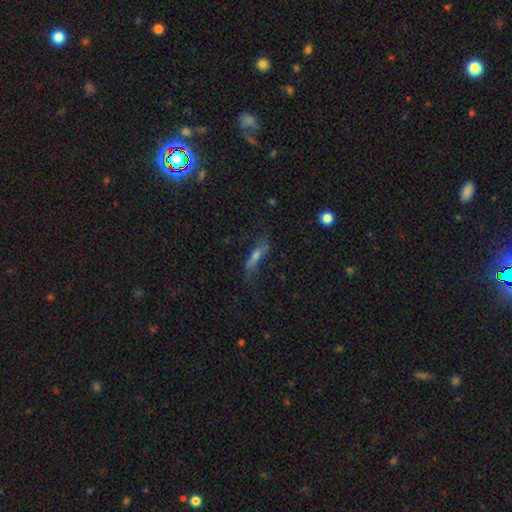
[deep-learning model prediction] Smooth or featured? featured or disk (48%)
Merging? none (50%)